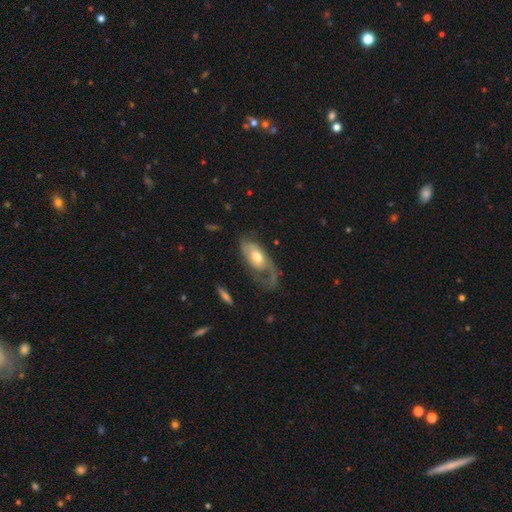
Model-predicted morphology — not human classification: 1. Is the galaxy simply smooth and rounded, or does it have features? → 61% featured or disk, 34% smooth, 6% star or artifact.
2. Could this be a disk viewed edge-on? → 91% no, 9% yes.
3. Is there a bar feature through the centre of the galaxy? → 73% no, 22% weak, 5% strong.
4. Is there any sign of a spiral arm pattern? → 75% yes, 25% no.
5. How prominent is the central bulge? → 69% moderate, 16% small, 13% large, 1% dominant, 1% none.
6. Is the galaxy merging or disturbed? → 42% major disturbance, 34% none, 21% minor disturbance, 3% merger.